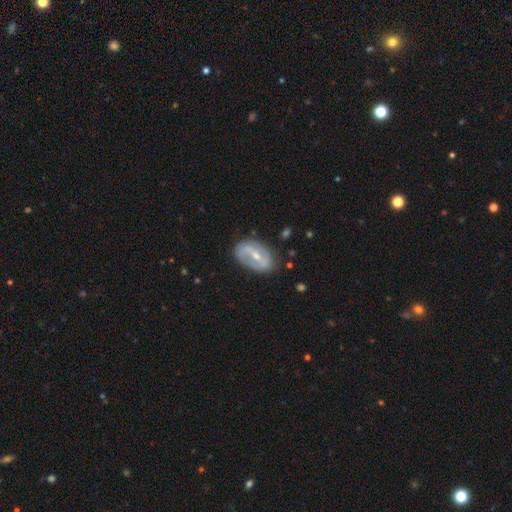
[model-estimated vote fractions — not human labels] Q: Smooth or featured?
A: featured or disk (76%); runner-up: smooth (19%)
Q: Edge-on disk?
A: no (95%); runner-up: yes (5%)
Q: Bar?
A: strong (46%); runner-up: weak (38%)
Q: Spiral arms?
A: yes (69%); runner-up: no (31%)
Q: Bulge size?
A: moderate (48%); tied with: small (48%)
Q: Merging?
A: none (77%); runner-up: minor disturbance (16%)